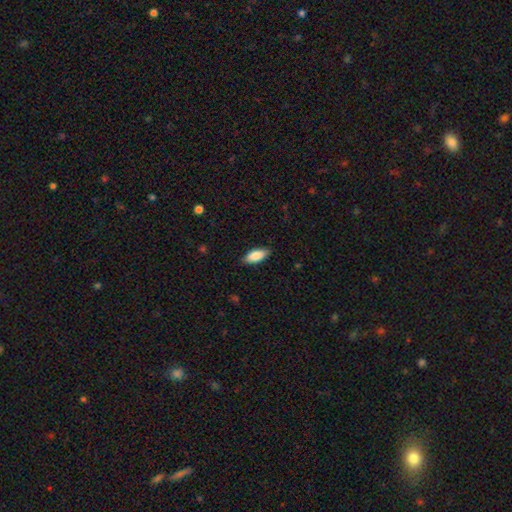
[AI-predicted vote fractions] A smooth galaxy with no disk features (85%) that is in between round and cigar-shaped (83%). Merging: none (86%).